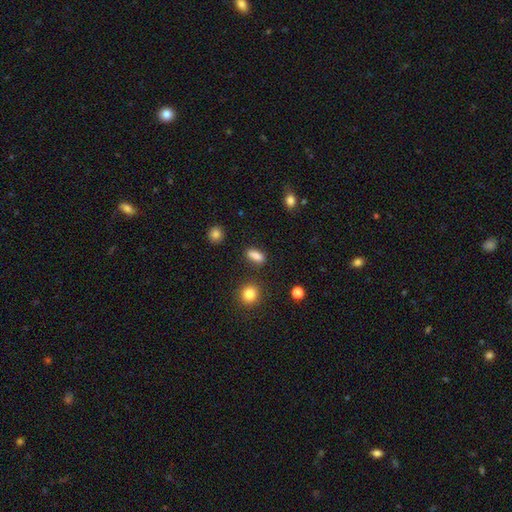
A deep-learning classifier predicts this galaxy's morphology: This appears to be a smooth galaxy with no disk features (84%) that is in between round and cigar-shaped (69%). Merging: none (83%).